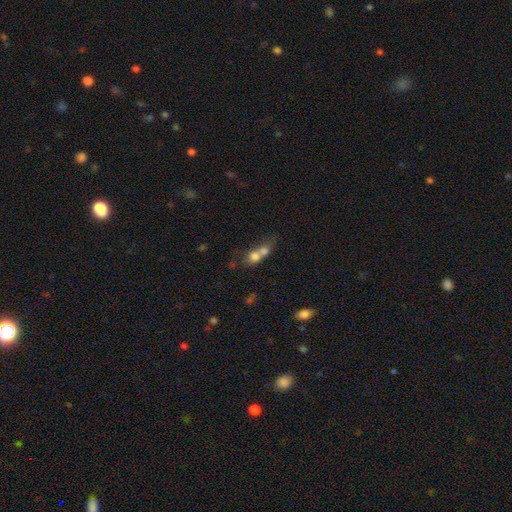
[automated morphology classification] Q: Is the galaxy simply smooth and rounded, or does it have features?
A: smooth — 66%.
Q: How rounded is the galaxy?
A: round — 55%.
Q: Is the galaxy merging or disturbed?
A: merger — 72%.